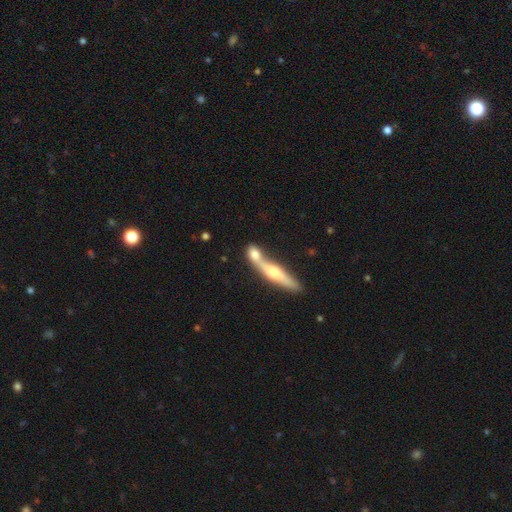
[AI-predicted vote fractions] The model was most divided on "merging" (2-way tie): none: 43%, merger: 43%, minor disturbance: 9%, major disturbance: 4%. More confident: edge-on disk — yes (82%); smooth or featured — featured or disk (52%).